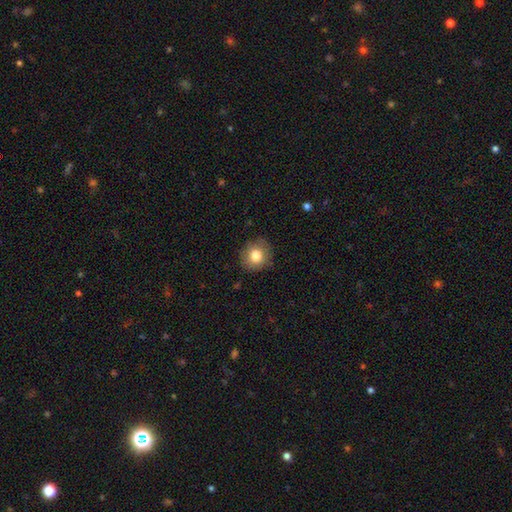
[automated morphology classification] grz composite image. It shows a smooth galaxy with no disk features (81%) that is round (86%). Merging: none (86%).